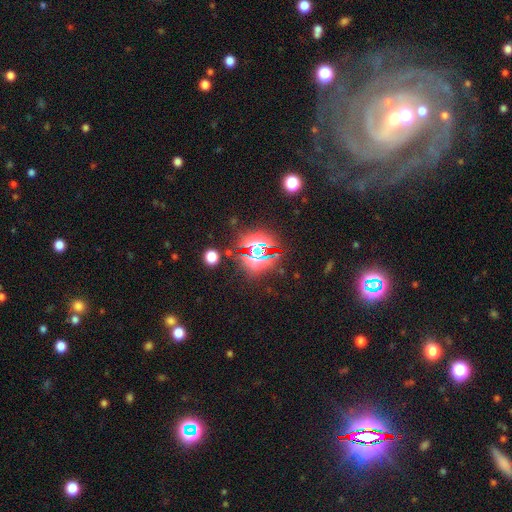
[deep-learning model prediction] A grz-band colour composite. It shows a star or artifact, not a galaxy (73%).